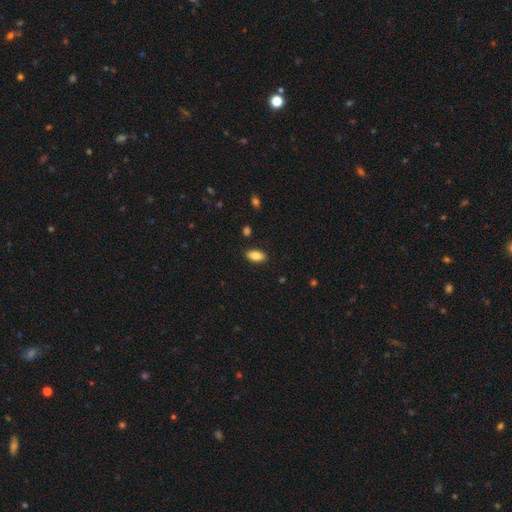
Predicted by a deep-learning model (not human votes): Smooth or featured? Predicted: smooth (p=0.87). How rounded? Predicted: in between (p=0.92). Merging? Predicted: none (p=0.88).